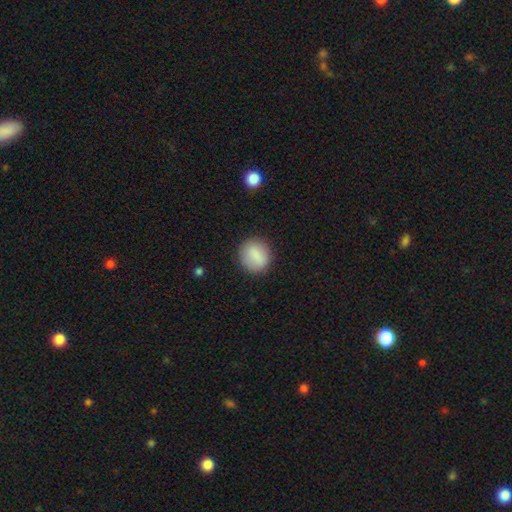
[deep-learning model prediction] Smooth or featured? Predicted: smooth (p=0.83). How rounded? Predicted: round (p=0.77). Merging? Predicted: none (p=0.85).